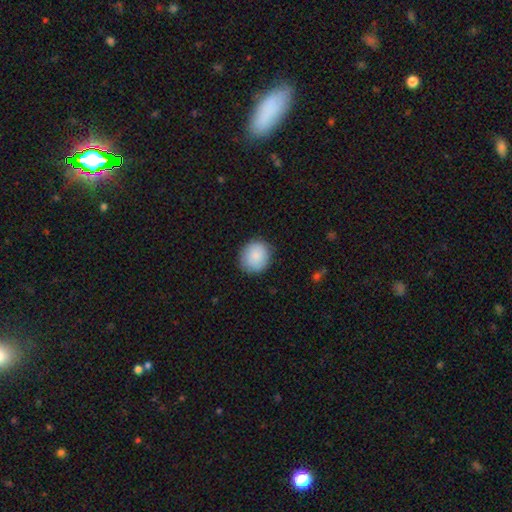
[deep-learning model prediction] Morphology: type=smooth (87%); roundness=round (84%); merging=none (87%).